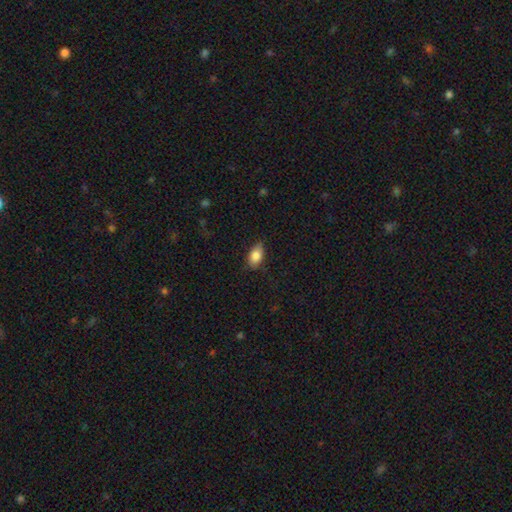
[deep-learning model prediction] Smooth or featured?
  - smooth: 84% *
  - featured or disk: 9%
  - star or artifact: 7%
How rounded?
  - in between: 89% *
  - round: 7%
  - cigar-shaped: 4%
Merging?
  - none: 78% *
  - minor disturbance: 17%
  - major disturbance: 3%
  - merger: 1%